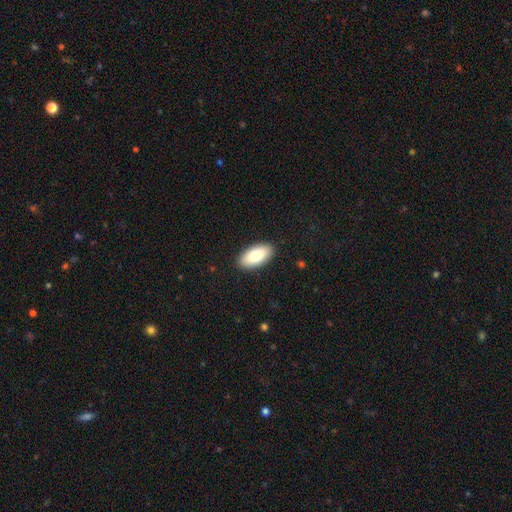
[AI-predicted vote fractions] This is clearly a smooth galaxy (85%). How rounded: clearly in between (93%). Merging: clearly none (90%).